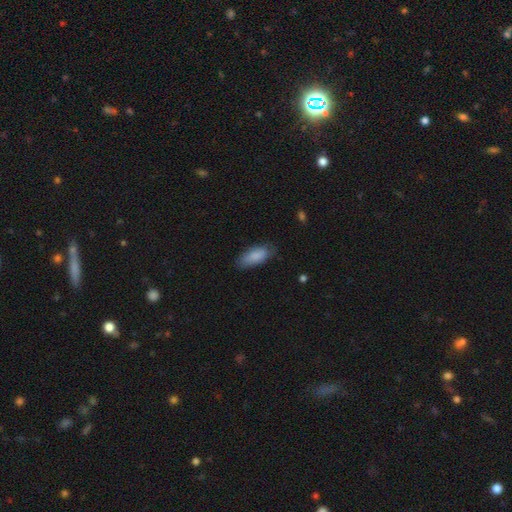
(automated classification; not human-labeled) smooth_or_featured: smooth (p=0.87) [alt: featured or disk p=0.07]
how_rounded: in between (p=0.82) [alt: cigar-shaped p=0.16]
merging: none (p=0.77) [alt: minor disturbance p=0.18]